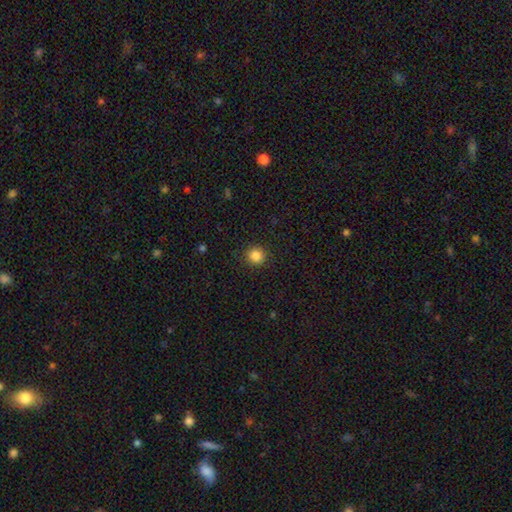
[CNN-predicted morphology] A smooth galaxy with no disk features (85%) that is round (91%). Merging: none (90%).